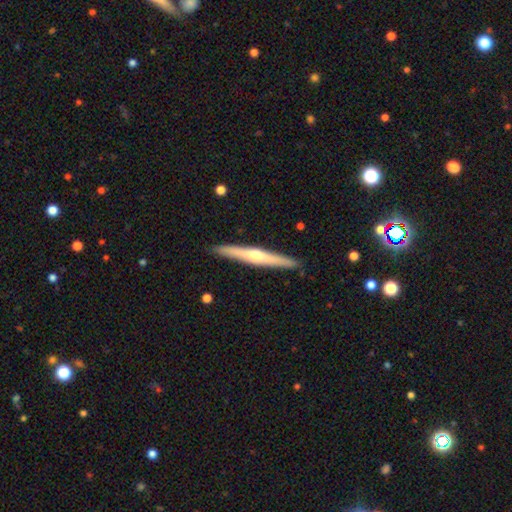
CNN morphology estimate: A featured or disk galaxy (63%) viewed edge-on (97%) with a rounded central bulge (83%). Merging: none (91%).